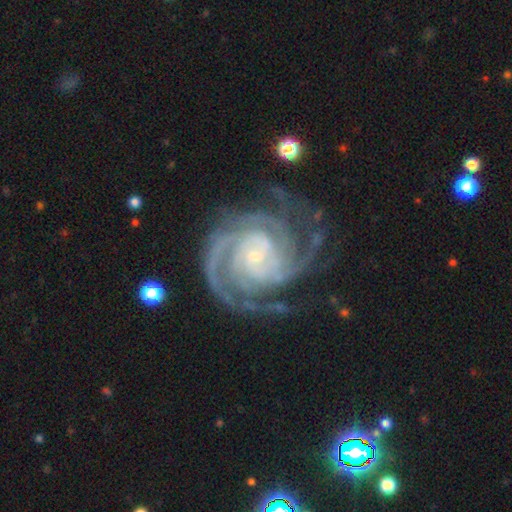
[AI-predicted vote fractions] smooth_or_featured: featured or disk (p=0.93) [alt: star or artifact p=0.04]
disk_edge_on: no (p=0.98) [alt: yes p=0.02]
bar: no (p=0.62) [alt: weak p=0.26]
has_spiral_arms: yes (p=0.99) [alt: no p=0.01]
spiral_winding: tight (p=0.70) [alt: medium p=0.27]
spiral_arm_count: 3 (p=0.29) [alt: 4 p=0.21]
bulge_size: small (p=0.78) [alt: moderate p=0.17]
merging: none (p=0.70) [alt: minor disturbance p=0.17]